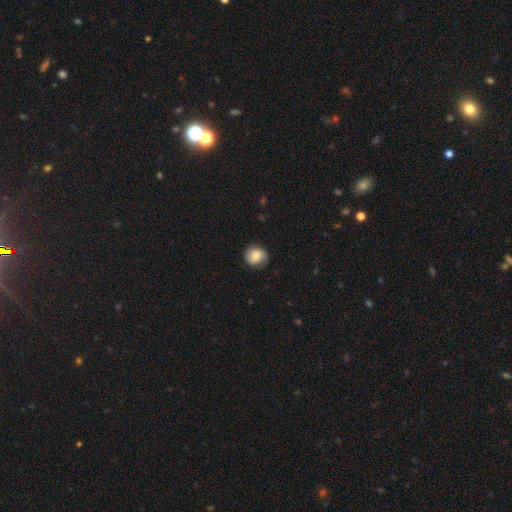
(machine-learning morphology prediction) smooth 72%, featured or disk 20%, star or artifact 8%. Down the decision tree: how rounded — round (80%); merging — none (72%).